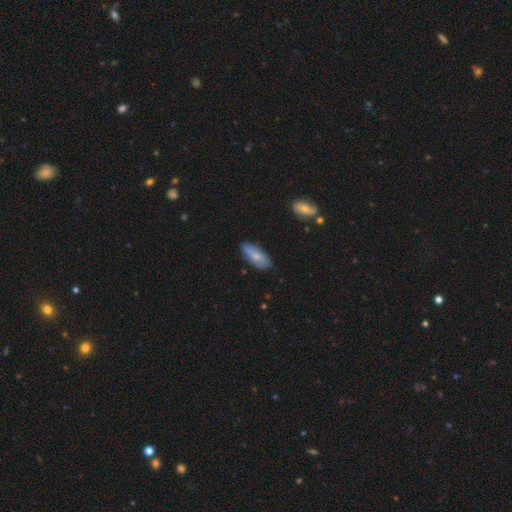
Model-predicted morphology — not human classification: A smooth galaxy with no disk features (62%) that is in between round and cigar-shaped (83%).

Vote fractions:
- Smooth or featured? smooth: 62% / featured or disk: 32% / star or artifact: 6%
- How rounded? in between: 83% / cigar-shaped: 14% / round: 2%
- Merging? none: 77% / minor disturbance: 18% / major disturbance: 3% / merger: 2%